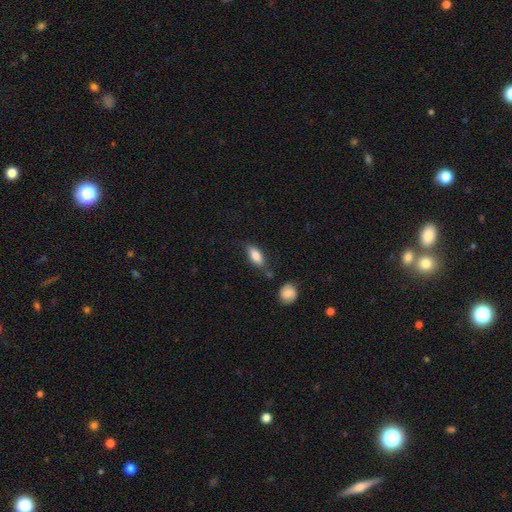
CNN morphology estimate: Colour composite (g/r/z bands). It shows a smooth galaxy with no disk features (82%) that is in between round and cigar-shaped (82%). Merging: none (73%).